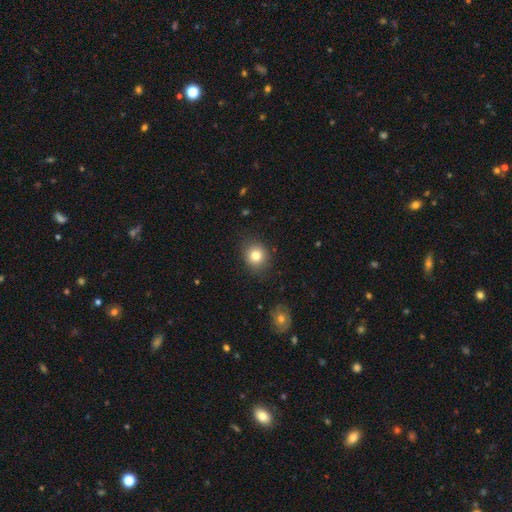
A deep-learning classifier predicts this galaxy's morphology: A smooth galaxy with no disk features (81%) that is round (79%).

Vote fractions:
- Smooth or featured? smooth: 81% / star or artifact: 11% / featured or disk: 8%
- How rounded? round: 79% / in between: 20% / cigar-shaped: 1%
- Merging? none: 86% / minor disturbance: 10% / major disturbance: 3% / merger: 1%